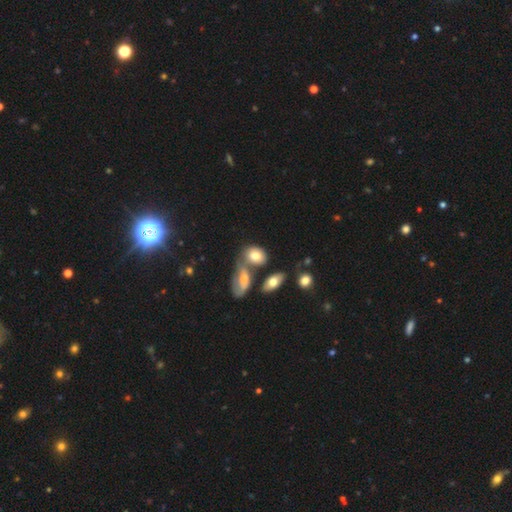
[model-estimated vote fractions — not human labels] Smooth or featured? smooth (70%)
How rounded? in between (75%)
Merging? none (40%)